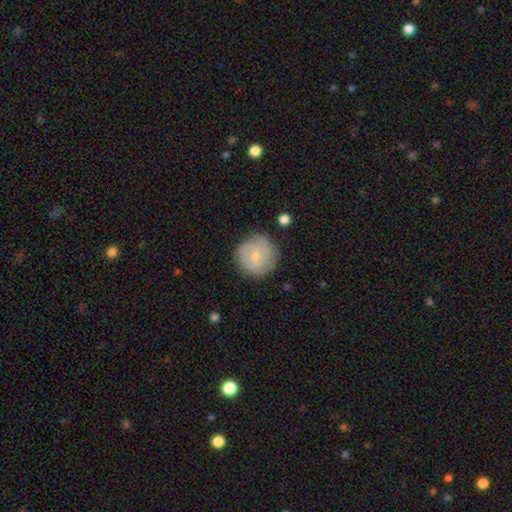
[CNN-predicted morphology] A smooth galaxy with no disk features (48%).

Vote fractions:
- Smooth or featured? smooth: 48% / featured or disk: 46% / star or artifact: 6%
- Merging? none: 76% / minor disturbance: 18% / major disturbance: 5% / merger: 2%